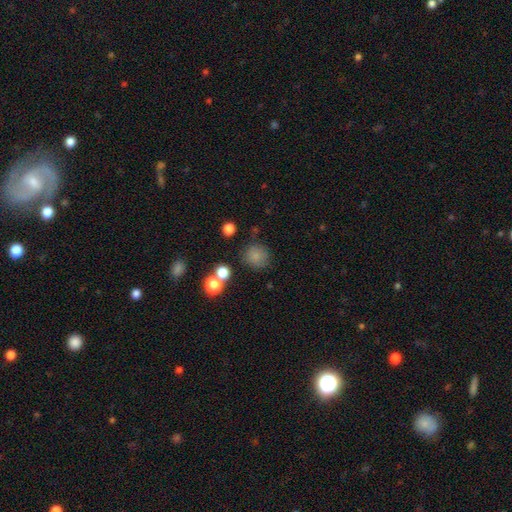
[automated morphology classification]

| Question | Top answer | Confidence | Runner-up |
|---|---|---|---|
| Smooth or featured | smooth | 80% | star or artifact (14%) |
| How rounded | round | 91% | in between (8%) |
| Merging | none | 79% | minor disturbance (11%) |